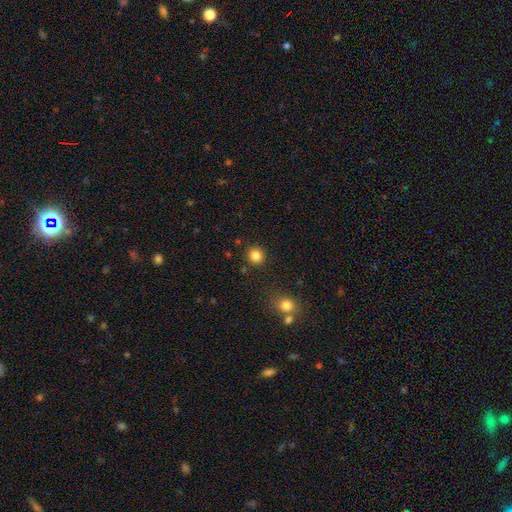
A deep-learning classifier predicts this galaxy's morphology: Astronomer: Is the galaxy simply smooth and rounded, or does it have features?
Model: smooth — 84%.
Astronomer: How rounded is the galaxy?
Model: round — 87%.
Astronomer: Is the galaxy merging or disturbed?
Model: none — 87%.